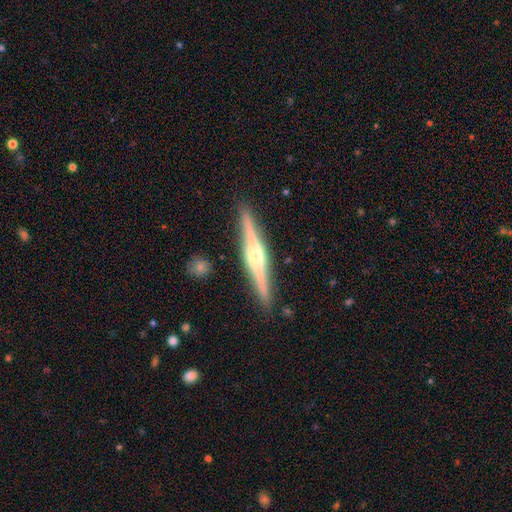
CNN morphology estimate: A featured or disk galaxy (79%) viewed edge-on (98%) with a rounded central bulge (76%).

Vote fractions:
- Smooth or featured? featured or disk: 79% / smooth: 16% / star or artifact: 5%
- Edge-on disk? yes: 98% / no: 2%
- Edge-on bulge? rounded: 76% / boxy: 17% / none: 7%
- Merging? none: 91% / minor disturbance: 7% / major disturbance: 1% / merger: 1%